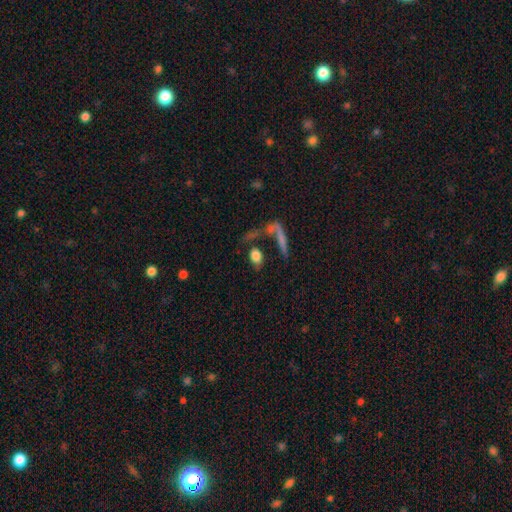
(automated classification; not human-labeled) Smooth or featured? Predicted: smooth (p=0.78). How rounded? Predicted: in between (p=0.71). Merging? Predicted: none (p=0.50).